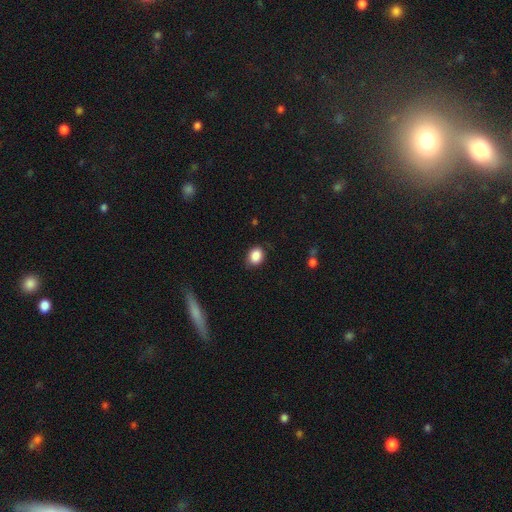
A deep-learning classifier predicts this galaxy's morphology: Q: Smooth or featured?
A: smooth (88%); runner-up: star or artifact (8%)
Q: How rounded?
A: in between (57%); runner-up: round (42%)
Q: Merging?
A: none (82%); runner-up: minor disturbance (14%)